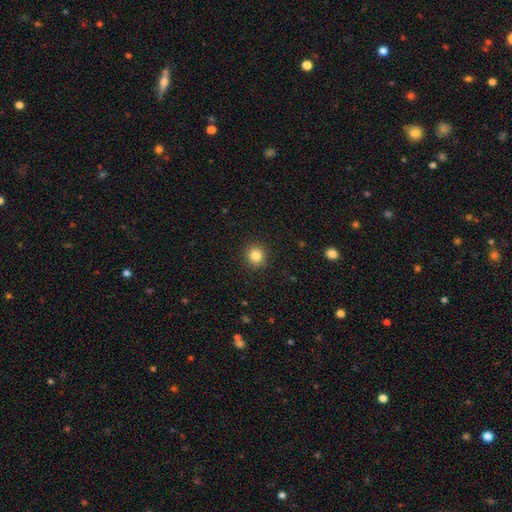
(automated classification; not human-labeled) Smooth or featured: smooth — 84% (star or artifact — 11%)
How rounded: round — 90% (in between — 9%)
Merging: none — 92% (minor disturbance — 5%)